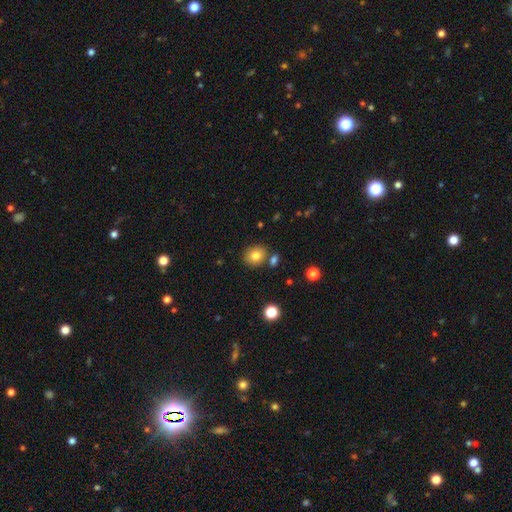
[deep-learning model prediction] A smooth galaxy with no disk features (80%) that is round (70%).

Vote fractions:
- Smooth or featured? smooth: 80% / star or artifact: 11% / featured or disk: 9%
- How rounded? round: 70% / in between: 29% / cigar-shaped: 1%
- Merging? none: 78% / merger: 10% / minor disturbance: 10% / major disturbance: 3%